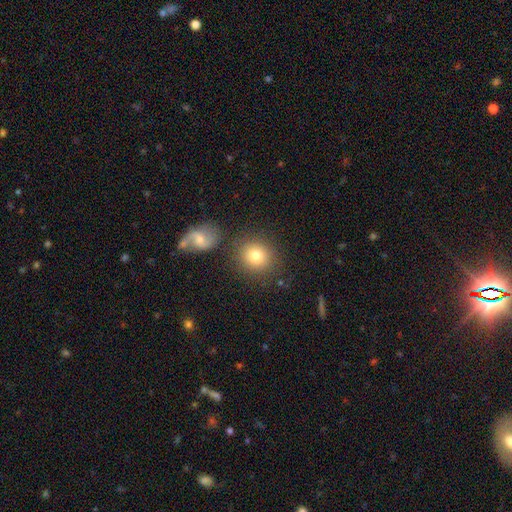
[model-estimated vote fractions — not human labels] Smooth or featured?
  - smooth: 79% *
  - featured or disk: 11%
  - star or artifact: 10%
How rounded?
  - round: 86% *
  - in between: 13%
  - cigar-shaped: 1%
Merging?
  - none: 80% *
  - minor disturbance: 9%
  - merger: 7%
  - major disturbance: 3%